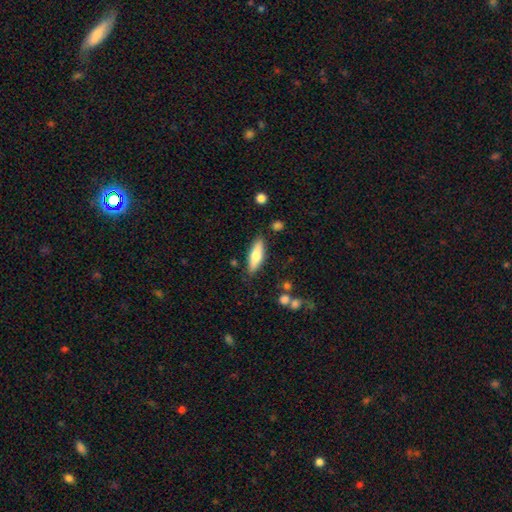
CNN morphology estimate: smooth_or_featured: smooth (p=0.68) [alt: featured or disk p=0.26]
how_rounded: cigar-shaped (p=0.54) [alt: in between p=0.44]
merging: none (p=0.82) [alt: minor disturbance p=0.12]